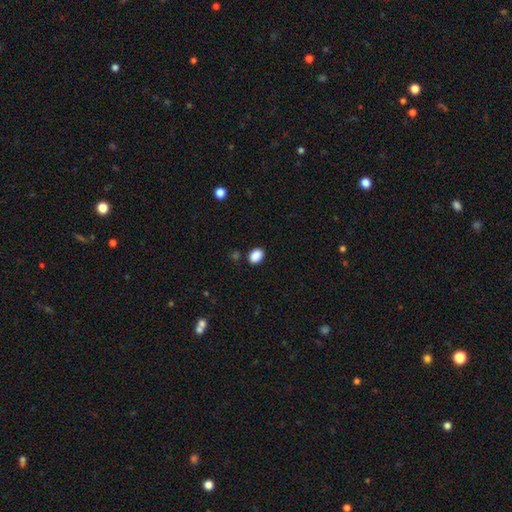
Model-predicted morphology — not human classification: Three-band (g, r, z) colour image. It shows a smooth galaxy with no disk features (89%) that is in between round and cigar-shaped (69%). Merging: none (85%).